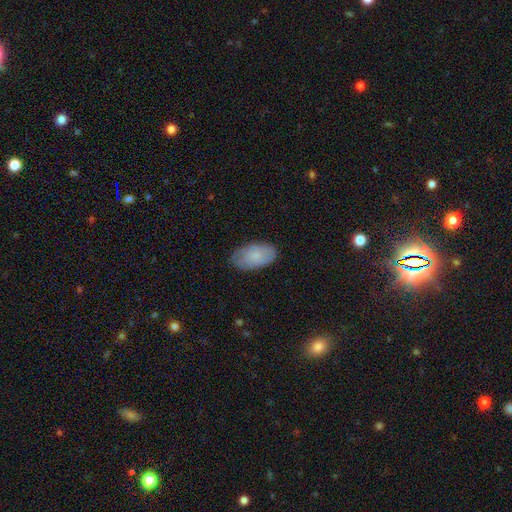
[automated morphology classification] The model was most divided on "smooth or featured": smooth: 79%, featured or disk: 15%, star or artifact: 6%. More confident: how rounded — in between (95%); merging — none (80%).